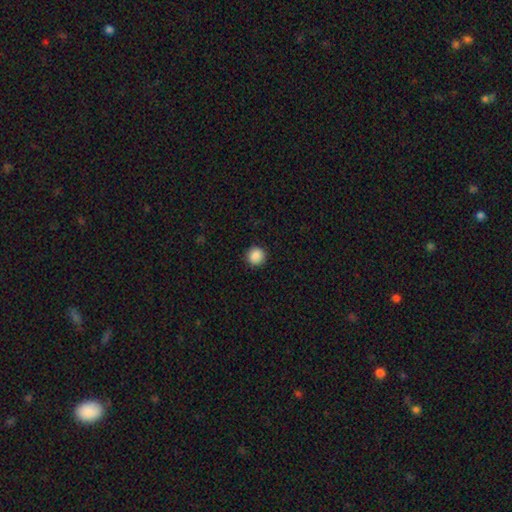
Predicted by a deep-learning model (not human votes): A smooth galaxy with no disk features (88%) that is round (94%). Merging: none (92%).